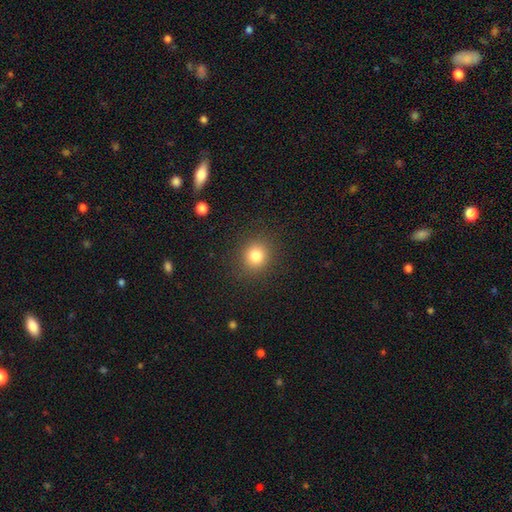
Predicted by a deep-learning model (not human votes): Smooth or featured?
  - smooth: 81% *
  - star or artifact: 12%
  - featured or disk: 6%
How rounded?
  - round: 83% *
  - in between: 16%
  - cigar-shaped: 1%
Merging?
  - none: 89% *
  - minor disturbance: 7%
  - major disturbance: 3%
  - merger: 1%